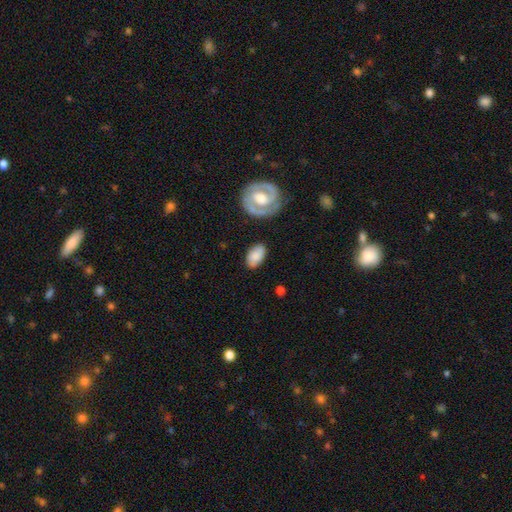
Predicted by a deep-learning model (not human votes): Smooth or featured? smooth (73%)
How rounded? in between (92%)
Merging? none (78%)